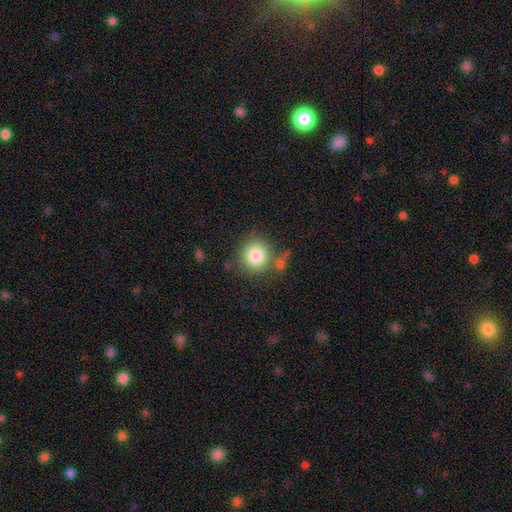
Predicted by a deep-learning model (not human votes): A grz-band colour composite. It shows a smooth galaxy with no disk features (84%) that is round (91%). Merging: none (74%).